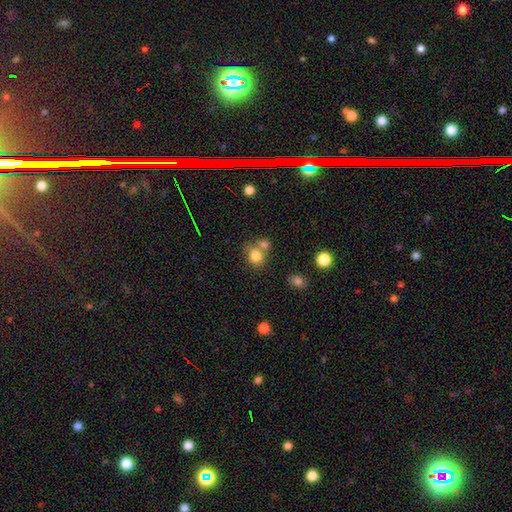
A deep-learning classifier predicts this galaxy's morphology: Smooth or featured? Predicted: smooth (p=0.80). How rounded? Predicted: round (p=0.78). Merging? Predicted: none (p=0.52).